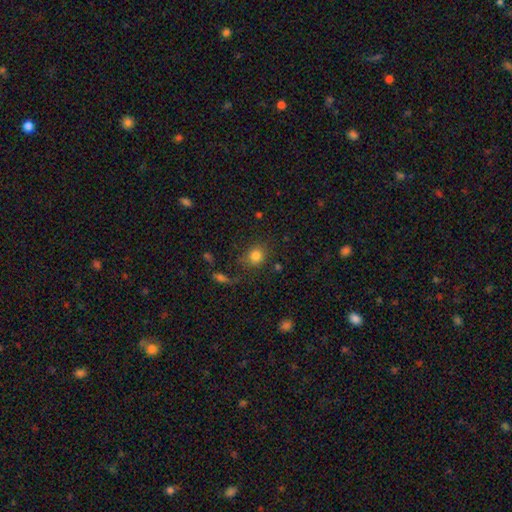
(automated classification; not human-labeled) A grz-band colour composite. It shows a smooth galaxy with no disk features (80%) that is round (79%). Merging: none (77%).